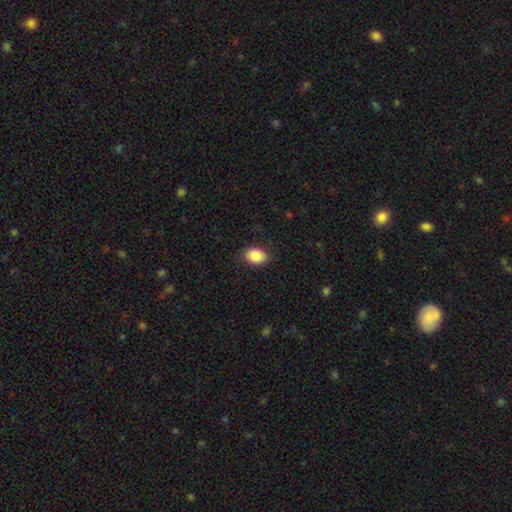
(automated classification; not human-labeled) smooth_or_featured: smooth (p=0.87) [alt: star or artifact p=0.07]
how_rounded: in between (p=0.81) [alt: round p=0.18]
merging: none (p=0.86) [alt: minor disturbance p=0.10]